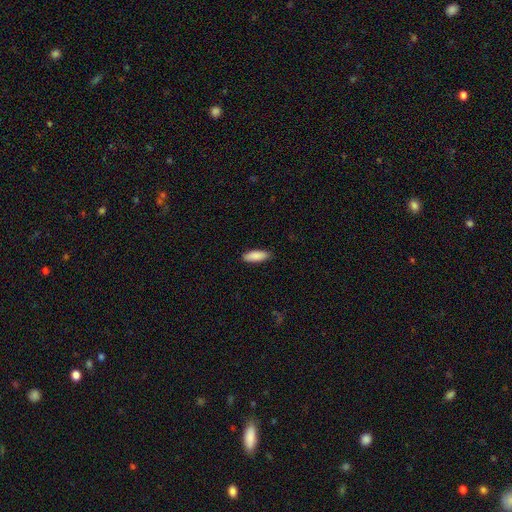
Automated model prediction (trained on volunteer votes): Smooth or featured: smooth — 89% (star or artifact — 6%)
How rounded: in between — 65% (cigar-shaped — 33%)
Merging: none — 88% (minor disturbance — 9%)